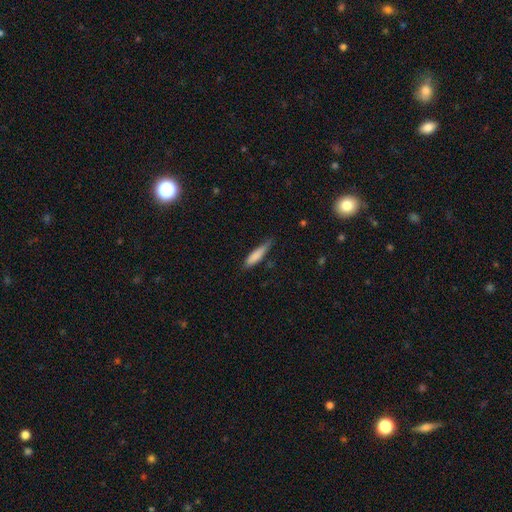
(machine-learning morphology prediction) Smooth or featured? Predicted: smooth (p=0.80). How rounded? Predicted: cigar-shaped (p=0.79). Merging? Predicted: none (p=0.64).